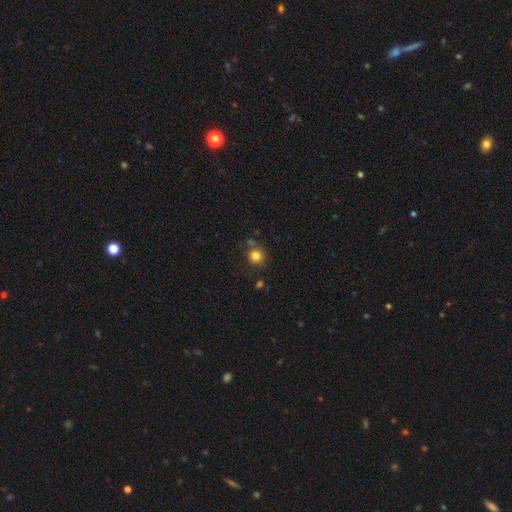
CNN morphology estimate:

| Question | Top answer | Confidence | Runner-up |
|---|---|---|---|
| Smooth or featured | smooth | 82% | star or artifact (12%) |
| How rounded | round | 91% | in between (8%) |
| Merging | none | 75% | minor disturbance (11%) |